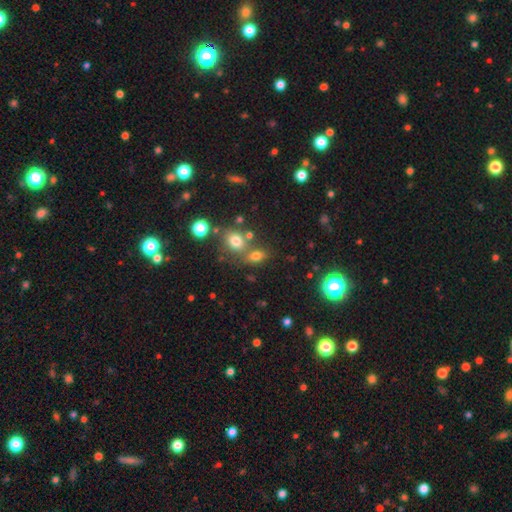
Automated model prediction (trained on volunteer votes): Smooth or featured: smooth — 68% (star or artifact — 21%)
How rounded: in between — 59% (round — 38%)
Merging: none — 58% (merger — 27%)